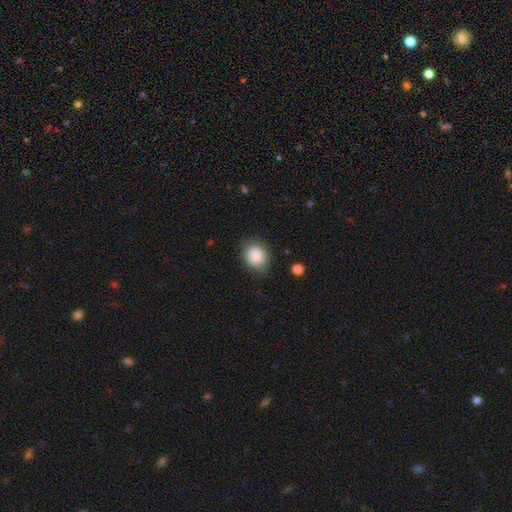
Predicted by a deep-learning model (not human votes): smooth 86%, star or artifact 8%, featured or disk 6%. Down the decision tree: how rounded — round (69%); merging — none (79%).